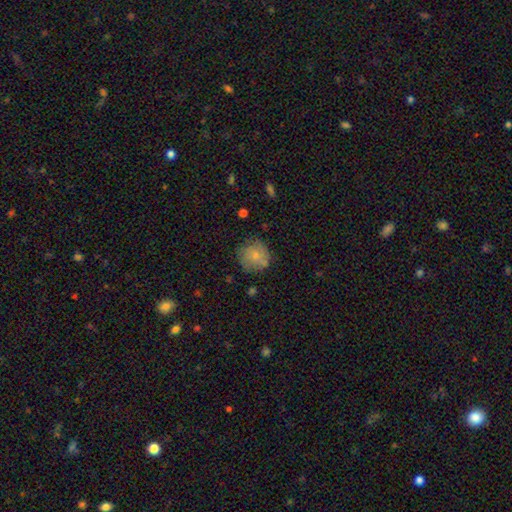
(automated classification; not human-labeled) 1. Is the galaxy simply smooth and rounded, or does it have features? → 74% smooth, 18% featured or disk, 8% star or artifact.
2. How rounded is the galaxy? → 89% round, 10% in between, 1% cigar-shaped.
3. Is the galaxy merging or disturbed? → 73% none, 20% minor disturbance, 5% major disturbance, 2% merger.